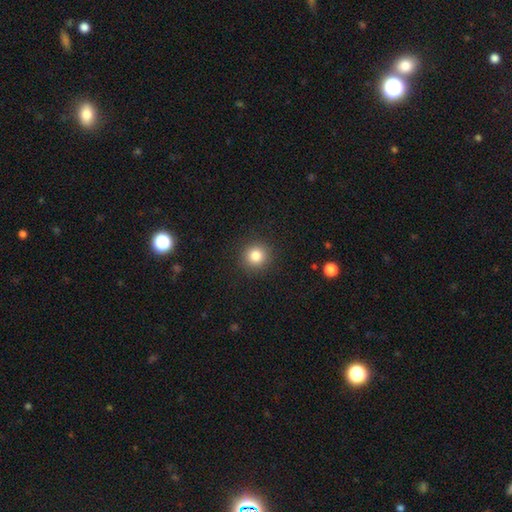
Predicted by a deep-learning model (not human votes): Smooth or featured?
  - smooth: 83% *
  - star or artifact: 11%
  - featured or disk: 6%
How rounded?
  - round: 93% *
  - in between: 6%
  - cigar-shaped: 1%
Merging?
  - none: 91% *
  - minor disturbance: 6%
  - major disturbance: 2%
  - merger: 1%